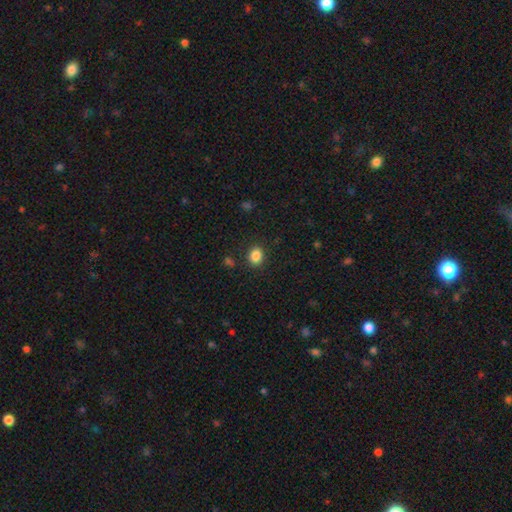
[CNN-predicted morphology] Smooth or featured?
  - smooth: 86% *
  - star or artifact: 10%
  - featured or disk: 4%
How rounded?
  - round: 54% *
  - in between: 45%
  - cigar-shaped: 1%
Merging?
  - none: 88% *
  - minor disturbance: 8%
  - major disturbance: 3%
  - merger: 2%